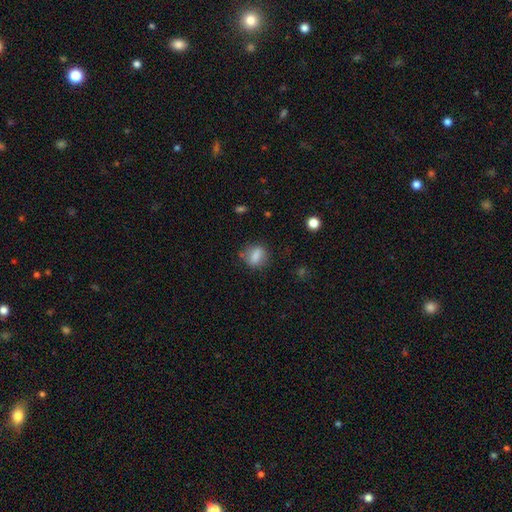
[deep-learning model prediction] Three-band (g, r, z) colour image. It shows a smooth galaxy with no disk features (76%) that is in between round and cigar-shaped (50%). Merging: none (73%).